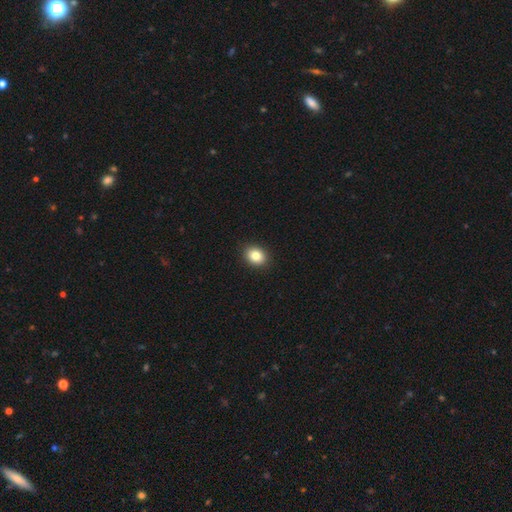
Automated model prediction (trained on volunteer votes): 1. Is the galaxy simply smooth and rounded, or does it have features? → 84% smooth, 10% star or artifact, 7% featured or disk.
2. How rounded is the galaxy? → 50% in between (tied), 50% round (tied), 1% cigar-shaped.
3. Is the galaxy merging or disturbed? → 92% none, 6% minor disturbance, 2% major disturbance, 1% merger.